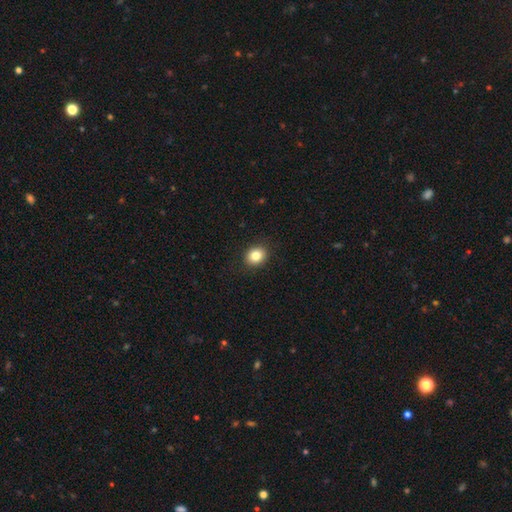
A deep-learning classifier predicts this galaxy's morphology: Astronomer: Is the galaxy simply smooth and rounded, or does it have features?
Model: smooth — 83%.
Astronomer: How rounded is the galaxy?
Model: round — 63%.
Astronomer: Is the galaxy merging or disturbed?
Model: none — 90%.